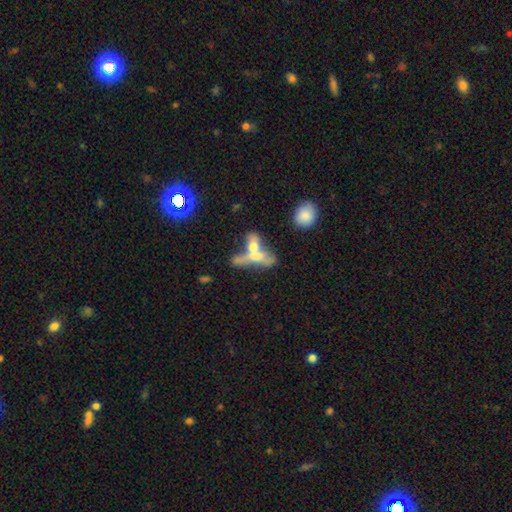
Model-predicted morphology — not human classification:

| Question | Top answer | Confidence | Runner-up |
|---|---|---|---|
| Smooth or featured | smooth | 49% | featured or disk (40%) |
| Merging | merger | 64% | none (18%) |